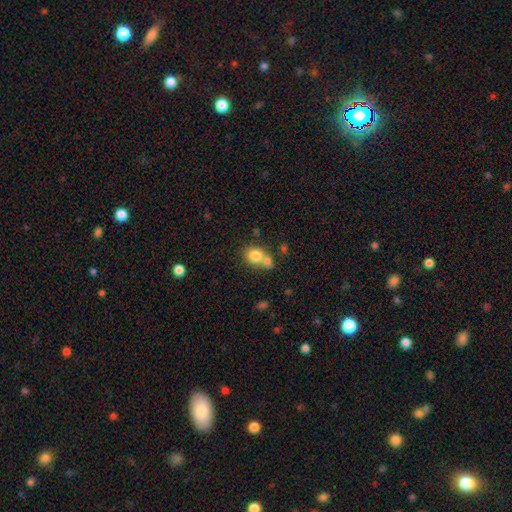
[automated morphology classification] This is clearly a smooth galaxy (80%). How rounded: likely round (69%). Merging: marginally merger (44%).